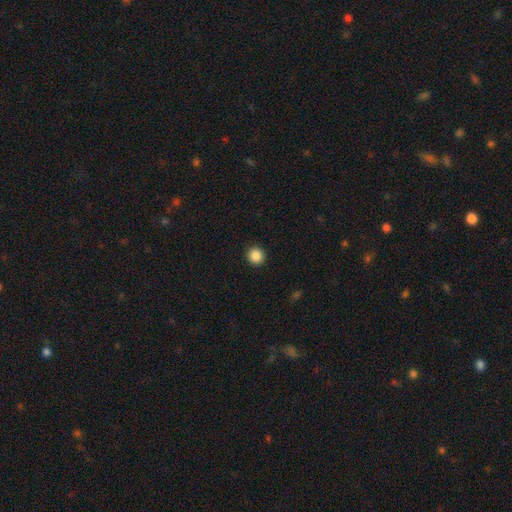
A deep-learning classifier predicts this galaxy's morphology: Smooth or featured?
  - smooth: 88% *
  - star or artifact: 10%
  - featured or disk: 3%
How rounded?
  - round: 92% *
  - in between: 7%
  - cigar-shaped: 1%
Merging?
  - none: 93% *
  - minor disturbance: 5%
  - major disturbance: 2%
  - merger: 1%